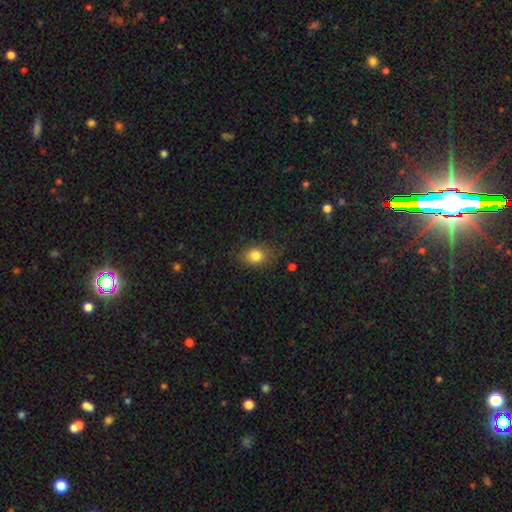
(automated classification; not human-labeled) Smooth or featured? smooth (82%)
How rounded? in between (56%)
Merging? none (76%)